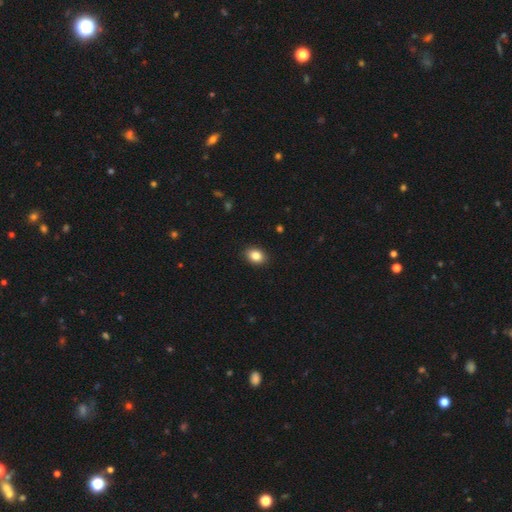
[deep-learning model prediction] smooth 85%, star or artifact 9%, featured or disk 6%. Down the decision tree: how rounded — in between (68%); merging — none (90%).